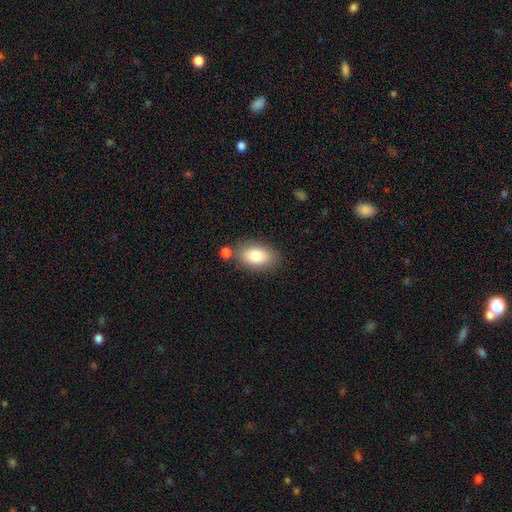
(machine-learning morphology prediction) smooth-or-featured: smooth: 79% | featured or disk: 14% | star or artifact: 8%
  how-rounded: in between: 90% | round: 8% | cigar-shaped: 2%
  merging: none: 73% | minor disturbance: 14% | merger: 9% | major disturbance: 4%